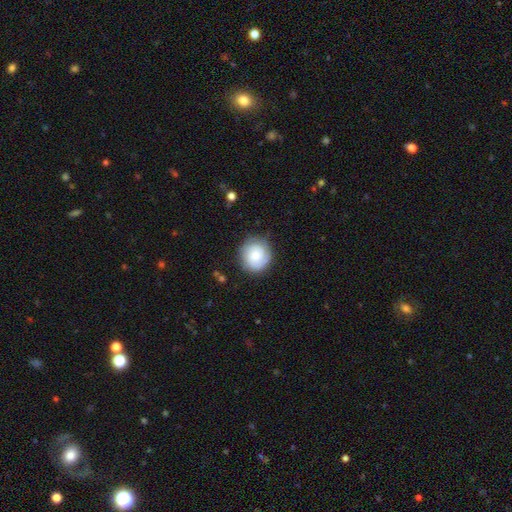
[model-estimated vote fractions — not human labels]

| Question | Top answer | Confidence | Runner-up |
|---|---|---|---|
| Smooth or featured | smooth | 53% | featured or disk (39%) |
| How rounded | round | 83% | in between (16%) |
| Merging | none | 80% | minor disturbance (14%) |